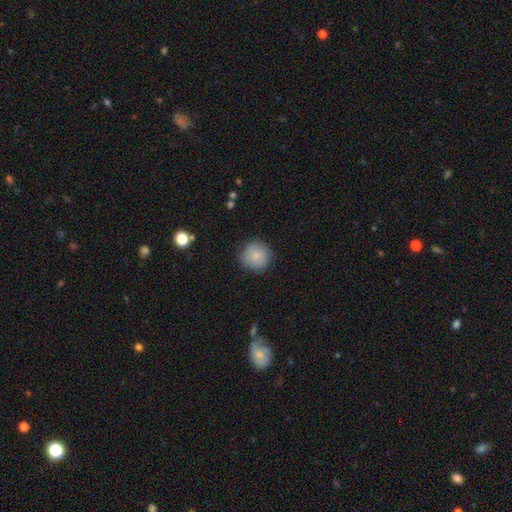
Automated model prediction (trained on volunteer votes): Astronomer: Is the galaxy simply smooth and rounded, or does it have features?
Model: smooth — 84%.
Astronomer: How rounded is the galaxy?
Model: round — 94%.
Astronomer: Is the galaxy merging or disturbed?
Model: none — 86%.